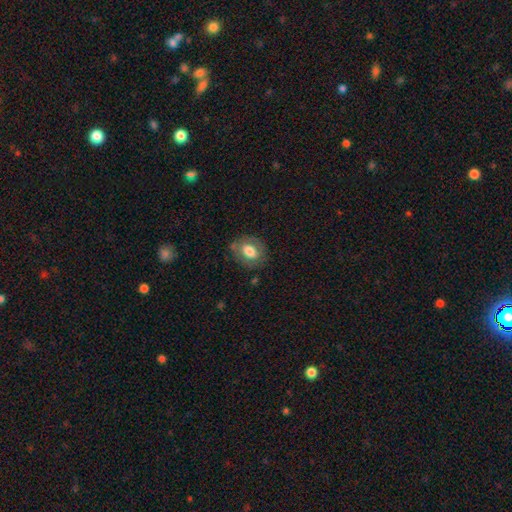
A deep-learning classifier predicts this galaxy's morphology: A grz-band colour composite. It shows a smooth galaxy with no disk features (60%) that is in between round and cigar-shaped (51%). Merging: none (80%).